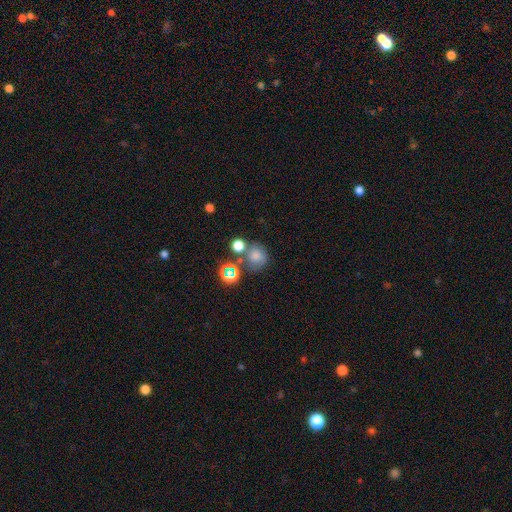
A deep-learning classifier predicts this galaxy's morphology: type=smooth (70%); roundness=round (83%); merging=none (55%).